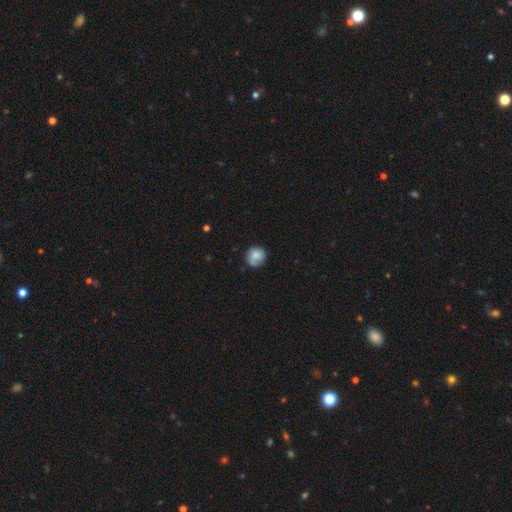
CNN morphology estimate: Smooth or featured? Predicted: smooth (p=0.73). How rounded? Predicted: round (p=0.83). Merging? Predicted: none (p=0.65).